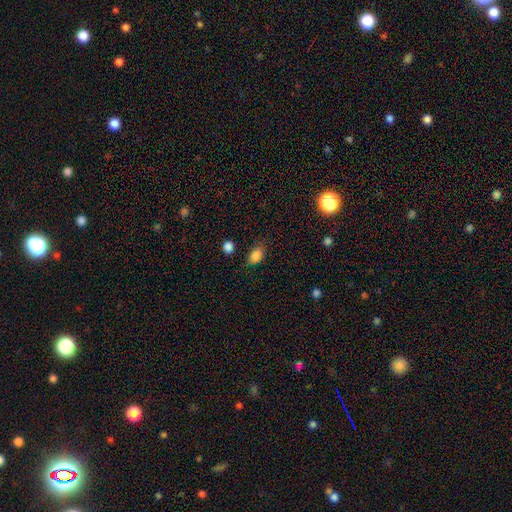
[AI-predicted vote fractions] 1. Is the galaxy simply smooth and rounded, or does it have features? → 86% smooth, 9% star or artifact, 5% featured or disk.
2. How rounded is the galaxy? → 85% in between, 13% round, 2% cigar-shaped.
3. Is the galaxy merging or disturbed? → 76% none, 18% minor disturbance, 4% major disturbance, 2% merger.